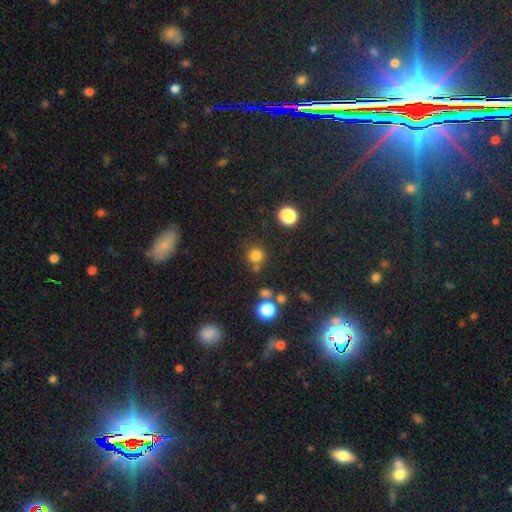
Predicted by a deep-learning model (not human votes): smooth-or-featured: smooth: 77% | star or artifact: 17% | featured or disk: 6%
  how-rounded: round: 92% | in between: 7% | cigar-shaped: 1%
  merging: none: 73% | merger: 12% | minor disturbance: 11% | major disturbance: 4%